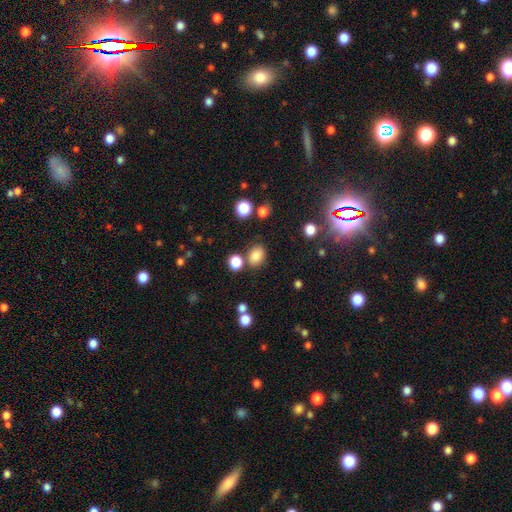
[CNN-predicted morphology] type=smooth (83%); roundness=in between (52%); merging=none (75%).